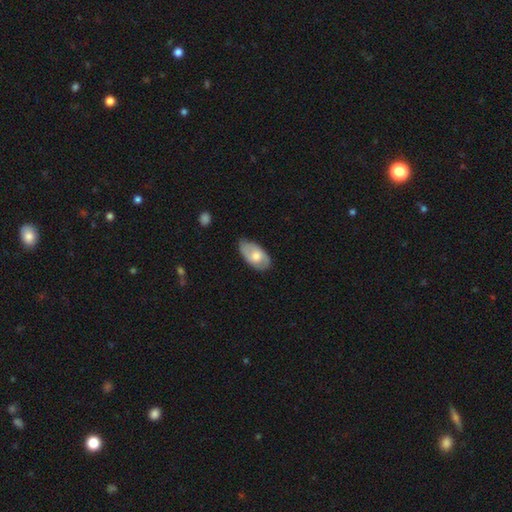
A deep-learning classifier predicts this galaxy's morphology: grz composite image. It shows a smooth galaxy with no disk features (57%) that is in between round and cigar-shaped (94%). Merging: none (68%).